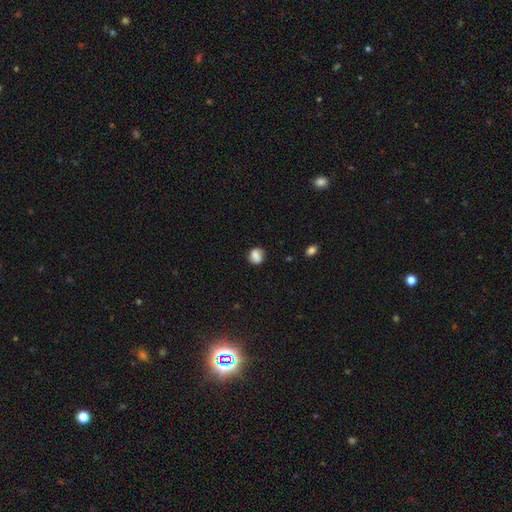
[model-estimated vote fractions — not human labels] Overall: smooth (80%). How rounded: round (73%). Merging: none (75%).